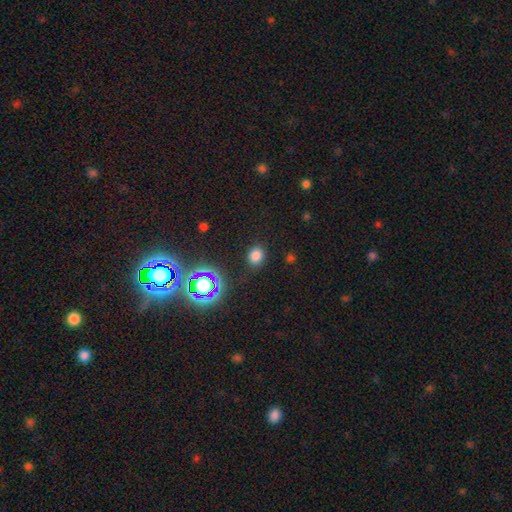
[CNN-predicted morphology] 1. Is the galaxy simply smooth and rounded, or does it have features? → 76% smooth, 18% star or artifact, 5% featured or disk.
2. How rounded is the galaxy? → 62% round, 37% in between, 1% cigar-shaped.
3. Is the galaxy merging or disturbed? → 84% none, 11% minor disturbance, 4% major disturbance, 2% merger.